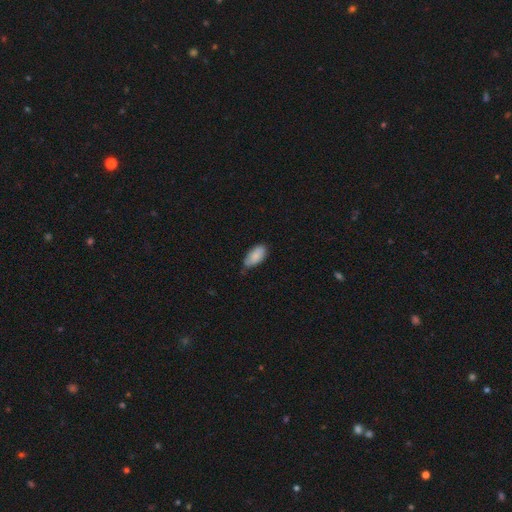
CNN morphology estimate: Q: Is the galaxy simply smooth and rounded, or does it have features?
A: smooth — 85%.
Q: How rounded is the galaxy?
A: in between — 93%.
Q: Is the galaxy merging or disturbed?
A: none — 60%.